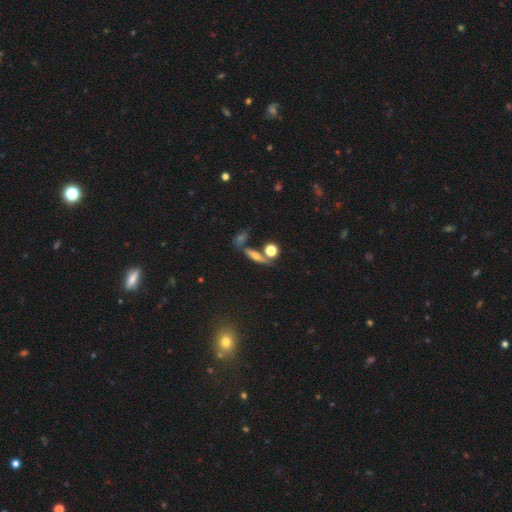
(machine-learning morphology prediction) smooth-or-featured: smooth: 48% | featured or disk: 37% | star or artifact: 15%
  merging: none: 63% | merger: 19% | minor disturbance: 12% | major disturbance: 6%